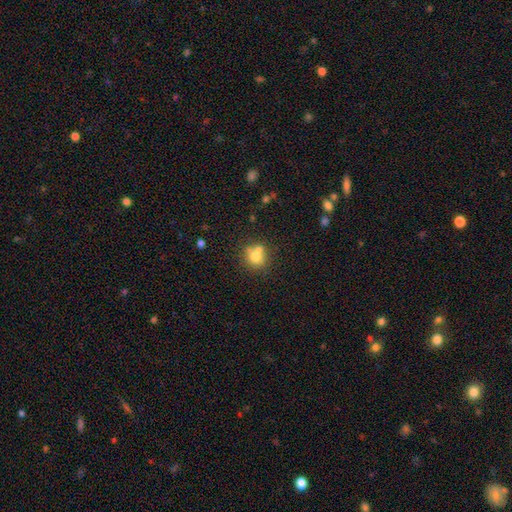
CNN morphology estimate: A smooth galaxy with no disk features (71%) that is round (79%). Merging: none (51%).